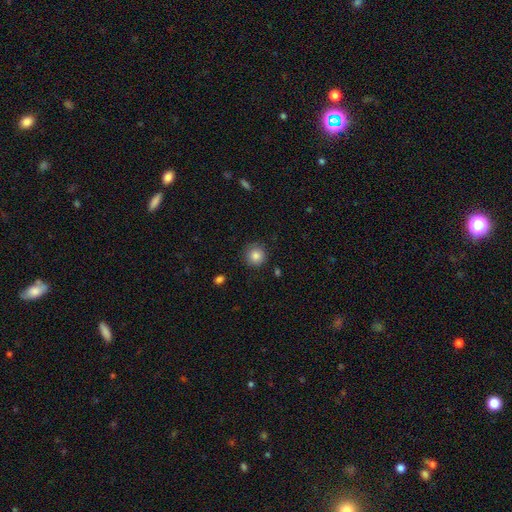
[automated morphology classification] The model was most divided on "smooth or featured": smooth: 85%, star or artifact: 9%, featured or disk: 6%. More confident: how rounded — round (93%); merging — none (86%).